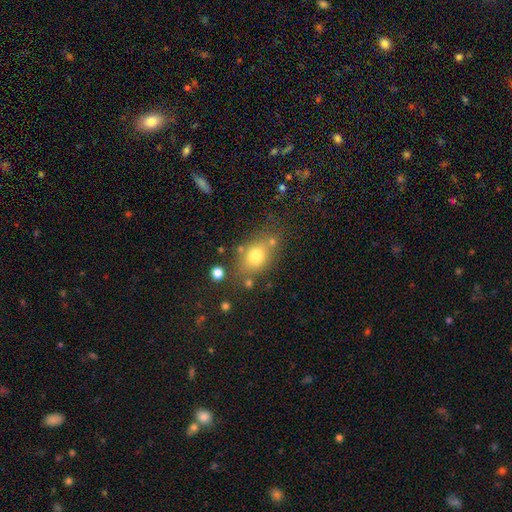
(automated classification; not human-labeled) Smooth or featured? smooth (73%)
How rounded? in between (64%)
Merging? none (68%)